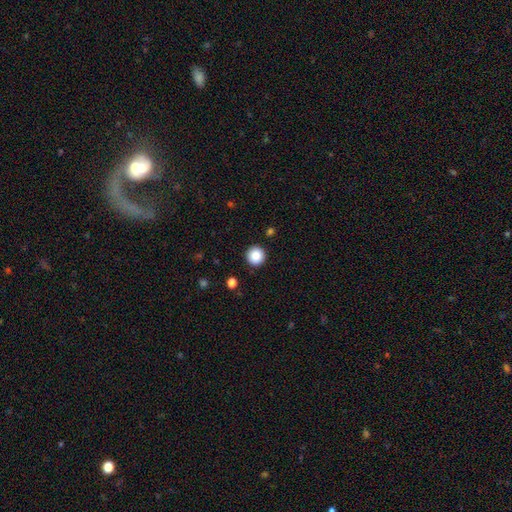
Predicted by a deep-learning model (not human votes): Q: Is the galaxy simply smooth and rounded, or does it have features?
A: smooth — 87%.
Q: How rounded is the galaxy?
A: round — 96%.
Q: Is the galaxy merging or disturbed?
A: none — 93%.